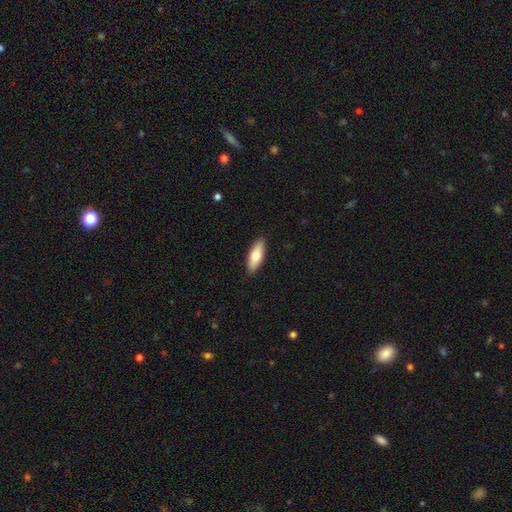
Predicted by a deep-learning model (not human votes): Overall: smooth (69%). How rounded: in between (64%; cigar-shaped 34%). Merging: none (89%).